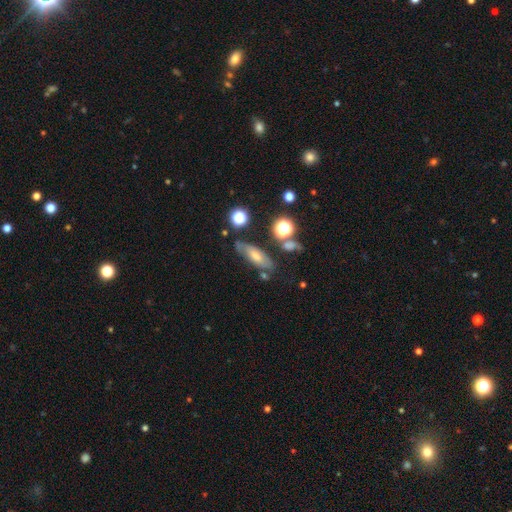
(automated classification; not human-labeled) A featured or disk galaxy (45%). Merging: none (67%).